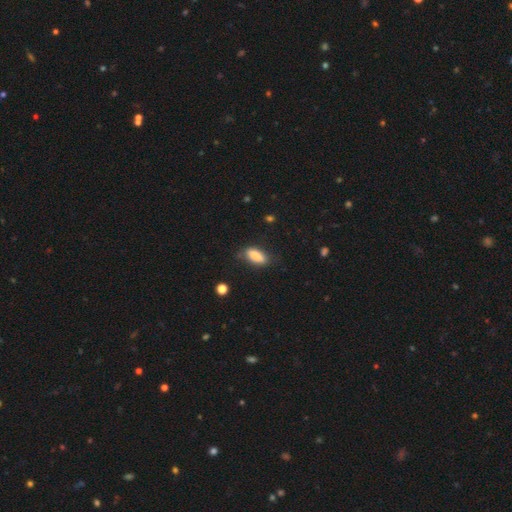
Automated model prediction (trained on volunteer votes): This is clearly a smooth galaxy (83%). How rounded: likely in between (73%). Merging: likely none (72%).